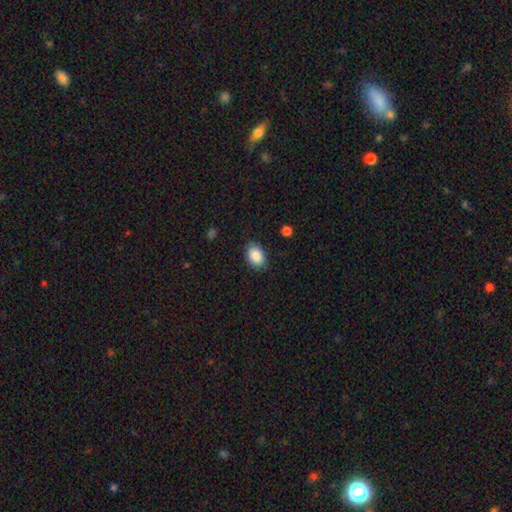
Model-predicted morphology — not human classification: smooth 86%, star or artifact 8%, featured or disk 6%. Down the decision tree: how rounded — in between (78%); merging — none (85%).